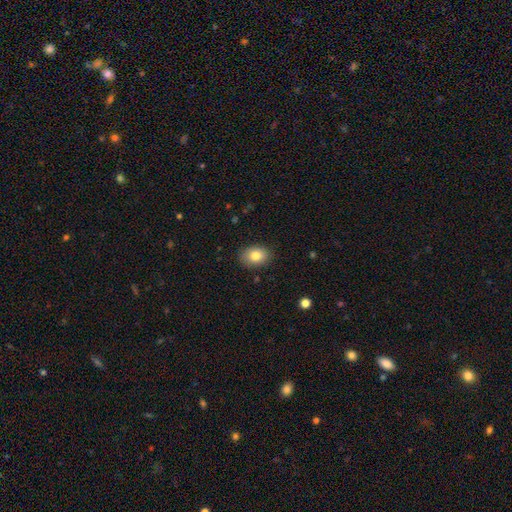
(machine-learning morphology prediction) Smooth or featured?
  - smooth: 82% *
  - featured or disk: 10%
  - star or artifact: 8%
How rounded?
  - in between: 74% *
  - round: 25%
  - cigar-shaped: 1%
Merging?
  - none: 87% *
  - minor disturbance: 10%
  - major disturbance: 2%
  - merger: 1%